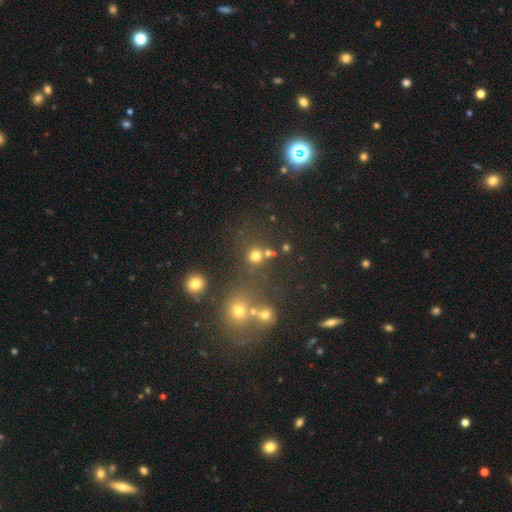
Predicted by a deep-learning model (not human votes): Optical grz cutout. It shows a smooth galaxy with no disk features (73%) that is round (87%). Merging: none (68%).